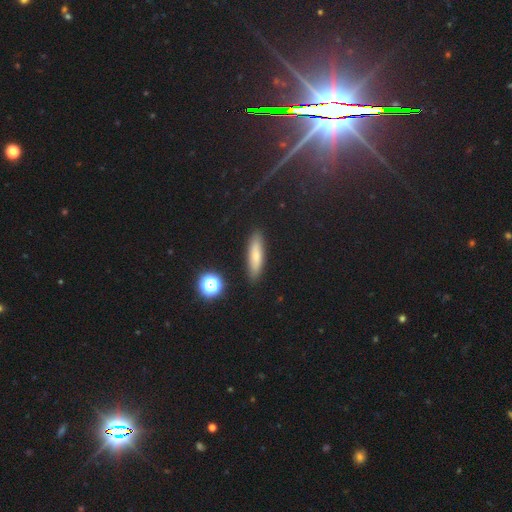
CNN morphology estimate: Smooth or featured? Predicted: smooth (p=0.71). How rounded? Predicted: cigar-shaped (p=0.69). Merging? Predicted: none (p=0.88).